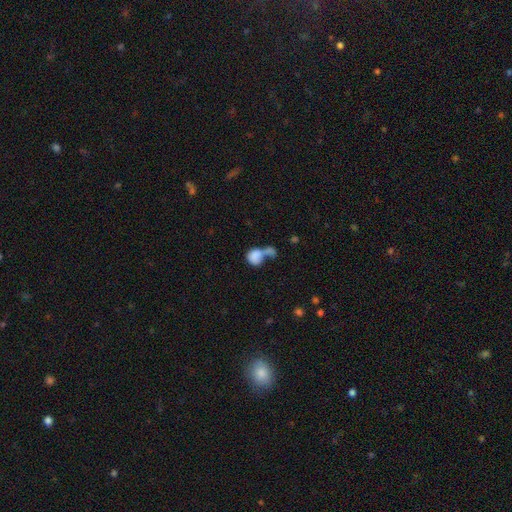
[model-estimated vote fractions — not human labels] This appears to be a smooth galaxy with no disk features (80%) that is round (57%). Merging: merger (60%).